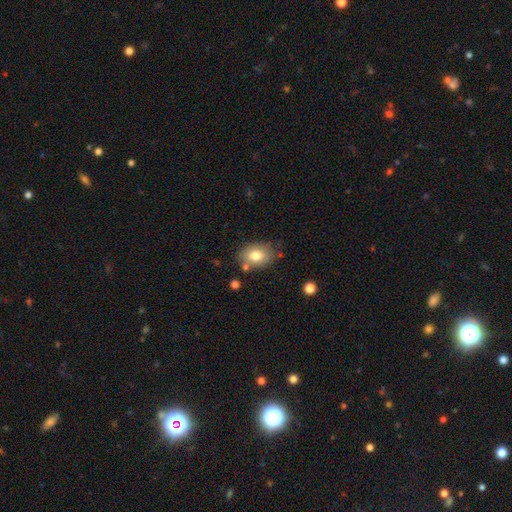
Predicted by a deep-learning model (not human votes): smooth_or_featured: smooth (p=0.79) [alt: featured or disk p=0.13]
how_rounded: in between (p=0.77) [alt: round p=0.22]
merging: none (p=0.73) [alt: minor disturbance p=0.17]